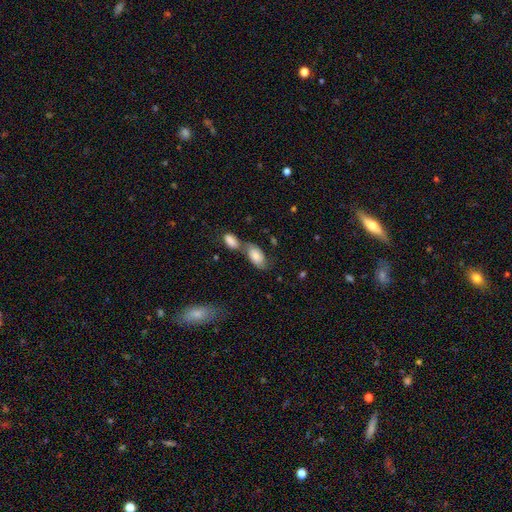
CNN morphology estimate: This appears to be a smooth galaxy with no disk features (74%) that is in between round and cigar-shaped (92%). Merging: merger (51%).